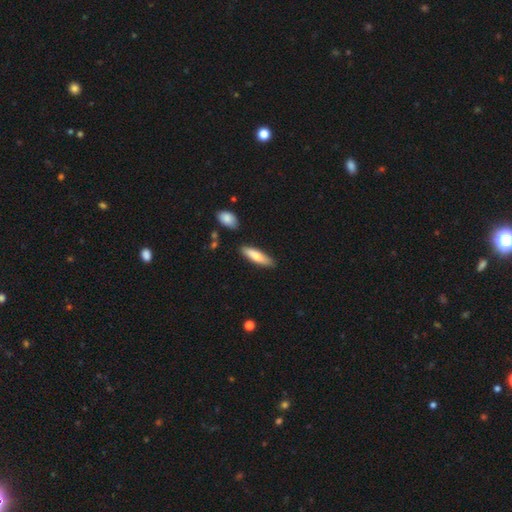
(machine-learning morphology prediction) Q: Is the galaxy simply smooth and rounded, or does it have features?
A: smooth — 77%.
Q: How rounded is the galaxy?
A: cigar-shaped — 64%.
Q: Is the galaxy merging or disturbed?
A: none — 83%.